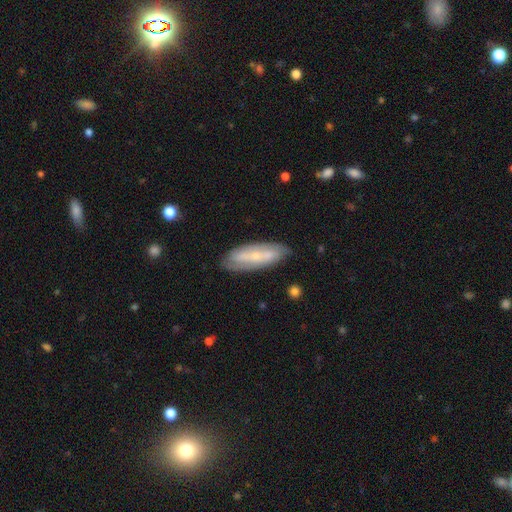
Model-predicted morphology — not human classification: Smooth or featured: featured or disk — 57% (smooth — 36%)
Edge-on disk: no — 75% (yes — 25%)
Merging: none — 80% (minor disturbance — 15%)